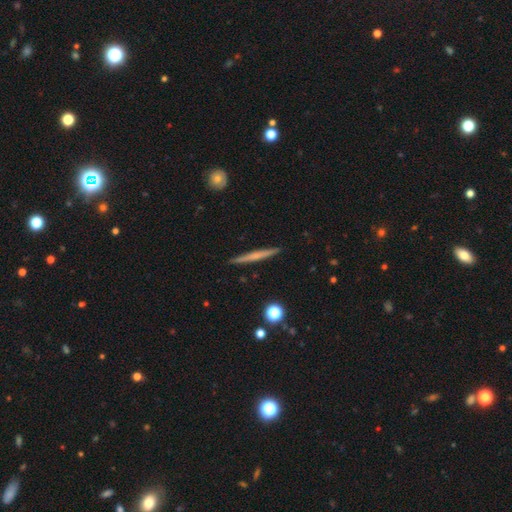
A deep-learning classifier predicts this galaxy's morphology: featured or disk 52%, smooth 42%, star or artifact 6%. Down the decision tree: edge-on disk — yes (97%); edge-on bulge — none (74%); merging — none (92%).